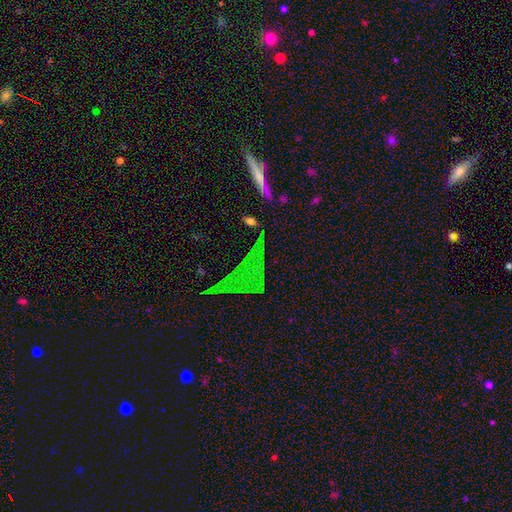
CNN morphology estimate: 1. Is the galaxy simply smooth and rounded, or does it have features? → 56% star or artifact, 23% smooth, 21% featured or disk.